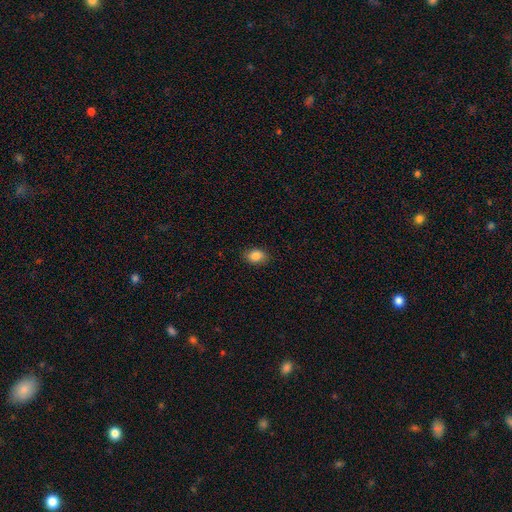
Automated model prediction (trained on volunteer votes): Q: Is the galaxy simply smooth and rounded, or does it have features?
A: smooth — 87%.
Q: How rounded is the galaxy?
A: in between — 71%.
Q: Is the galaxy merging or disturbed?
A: none — 86%.